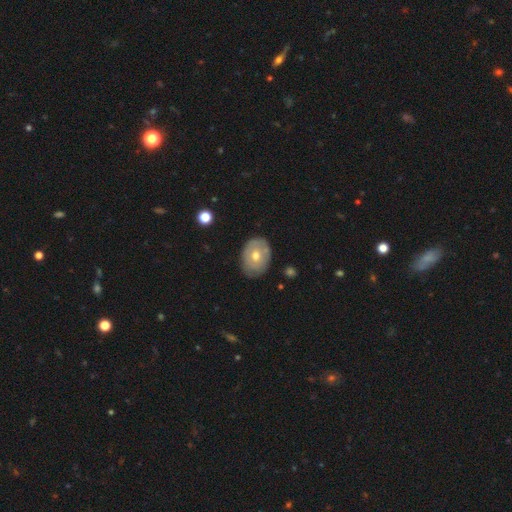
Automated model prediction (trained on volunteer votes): This appears to be a smooth galaxy with no disk features (48%). Merging: none (79%).